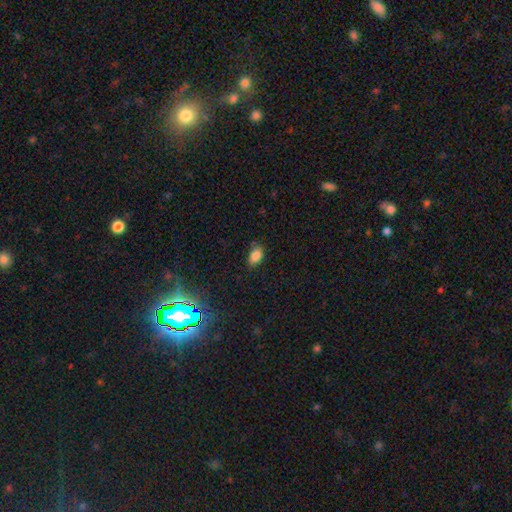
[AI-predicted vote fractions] The model was most divided on "merging": none: 73%, minor disturbance: 21%, major disturbance: 4%, merger: 2%. More confident: how rounded — in between (87%); smooth or featured — smooth (84%).